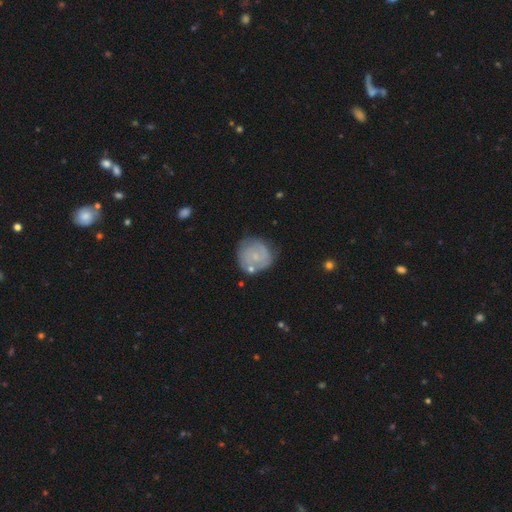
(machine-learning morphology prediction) The model was most divided on "smooth or featured": featured or disk: 49%, smooth: 44%, star or artifact: 7%. More confident: merging — none (65%).